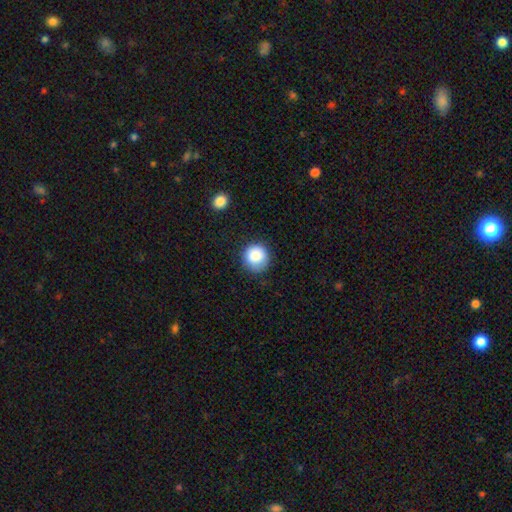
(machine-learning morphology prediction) smooth_or_featured: smooth (p=0.87) [alt: star or artifact p=0.08]
how_rounded: round (p=0.92) [alt: in between p=0.07]
merging: none (p=0.81) [alt: minor disturbance p=0.14]